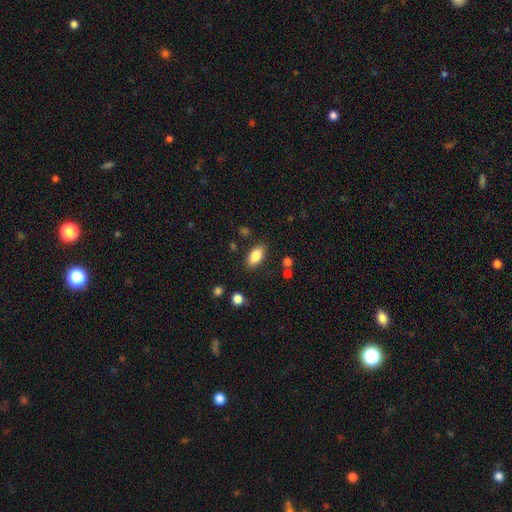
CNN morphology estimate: A smooth galaxy with no disk features (83%) that is in between round and cigar-shaped (89%). Merging: none (83%).